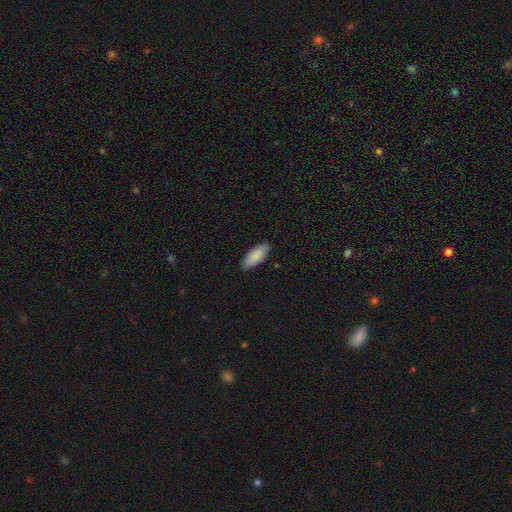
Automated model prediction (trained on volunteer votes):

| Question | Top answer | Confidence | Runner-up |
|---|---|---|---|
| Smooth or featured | smooth | 89% | star or artifact (6%) |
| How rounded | in between | 78% | cigar-shaped (21%) |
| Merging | none | 87% | minor disturbance (10%) |